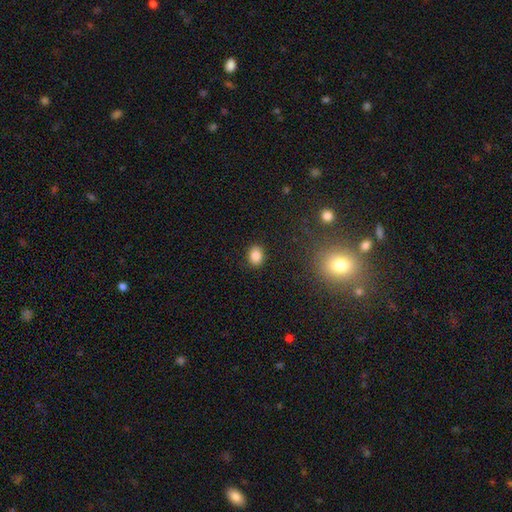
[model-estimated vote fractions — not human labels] Smooth or featured? smooth (84%)
How rounded? in between (56%)
Merging? none (89%)